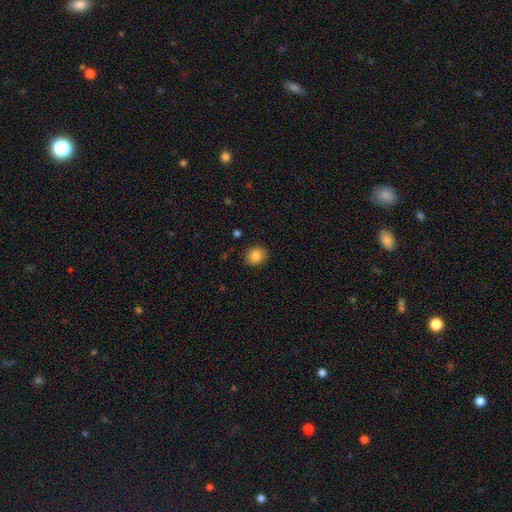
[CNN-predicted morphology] The model was most divided on "how rounded": round: 61%, in between: 38%, cigar-shaped: 1%. More confident: merging — none (88%); smooth or featured — smooth (85%).